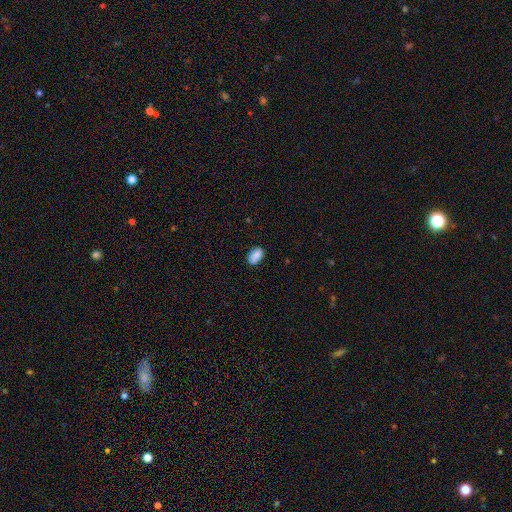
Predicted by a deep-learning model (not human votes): Smooth or featured: smooth — 83% (featured or disk — 9%)
How rounded: in between — 89% (round — 9%)
Merging: none — 68% (minor disturbance — 18%)